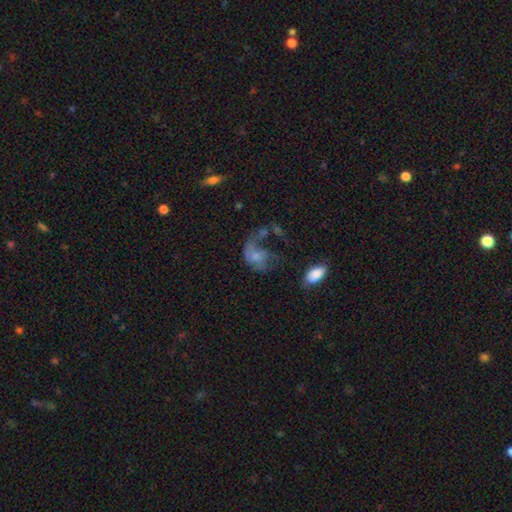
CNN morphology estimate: smooth-or-featured: featured or disk: 50% | smooth: 39% | star or artifact: 11%
  merging: major disturbance: 52% | none: 21% | minor disturbance: 14% | merger: 14%